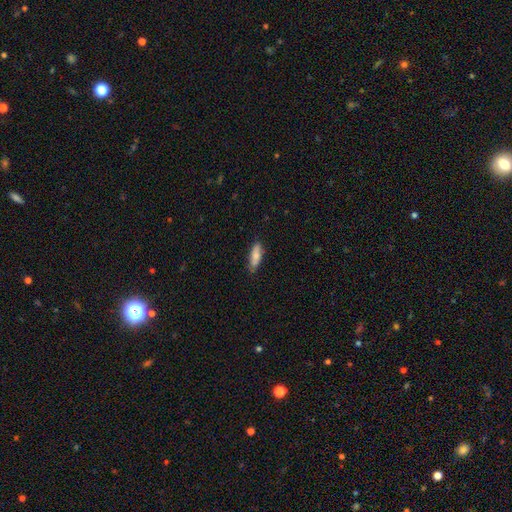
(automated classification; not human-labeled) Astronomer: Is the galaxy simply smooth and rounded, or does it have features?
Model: smooth — 77%.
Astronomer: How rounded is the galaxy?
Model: in between — 60% (runner-up: cigar-shaped, 38%).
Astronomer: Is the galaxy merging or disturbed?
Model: none — 78%.